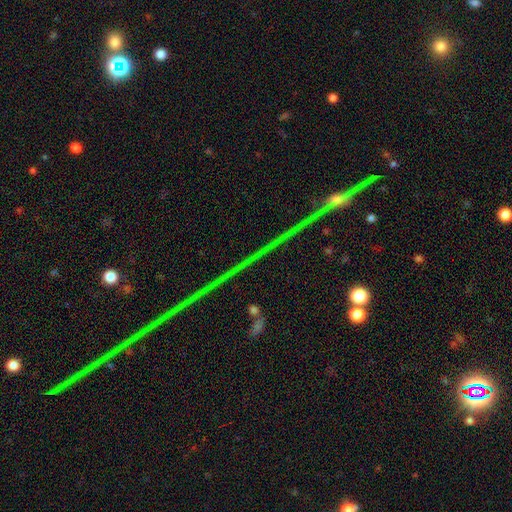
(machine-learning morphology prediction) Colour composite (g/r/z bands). It shows a star or artifact, not a galaxy (68%).